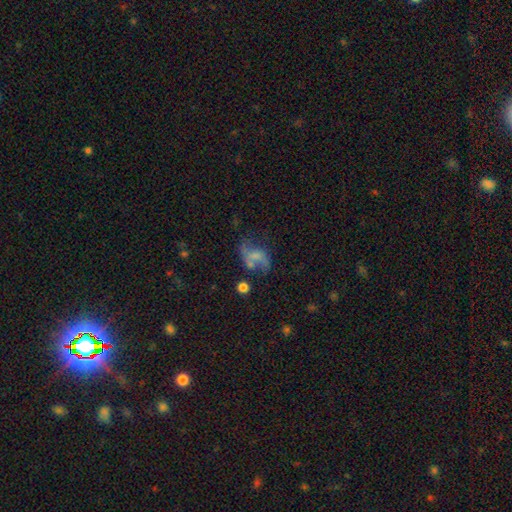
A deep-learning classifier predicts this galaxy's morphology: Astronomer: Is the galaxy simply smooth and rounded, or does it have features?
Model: featured or disk — 49% (runner-up: smooth, 37%).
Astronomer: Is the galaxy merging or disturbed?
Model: none — 32%, tied with major disturbance at 32%.